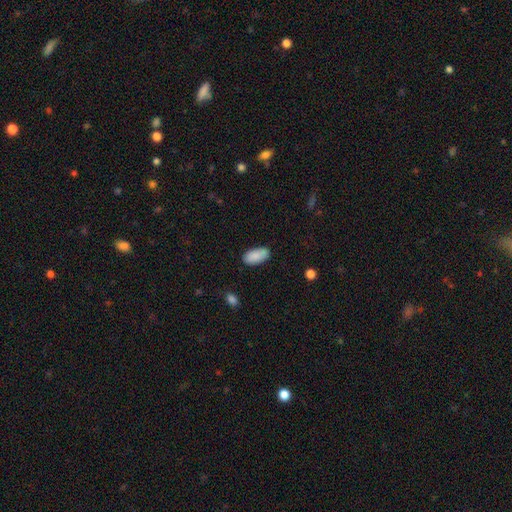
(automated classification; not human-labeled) smooth 89%, star or artifact 6%, featured or disk 5%. Down the decision tree: how rounded — in between (93%); merging — none (82%).